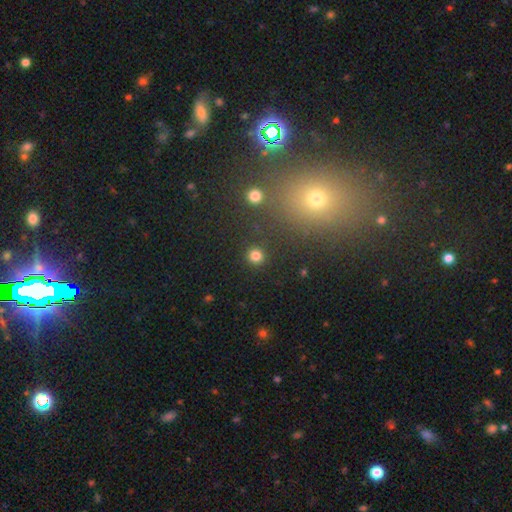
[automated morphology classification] Smooth or featured: smooth — 81% (star or artifact — 15%)
How rounded: round — 94% (in between — 5%)
Merging: none — 91% (minor disturbance — 5%)